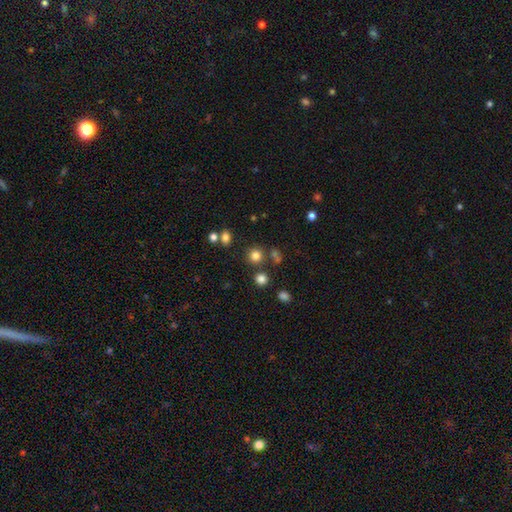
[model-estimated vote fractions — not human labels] This is likely a smooth galaxy (78%). How rounded: clearly round (90%). Merging: likely none (78%).